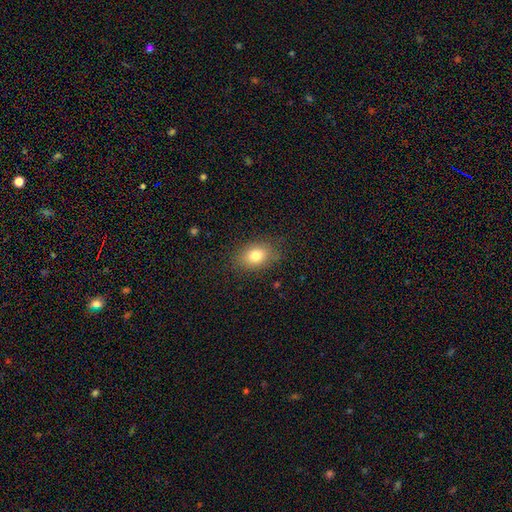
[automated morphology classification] This is likely a smooth galaxy (80%). How rounded: likely in between (76%). Merging: clearly none (83%).